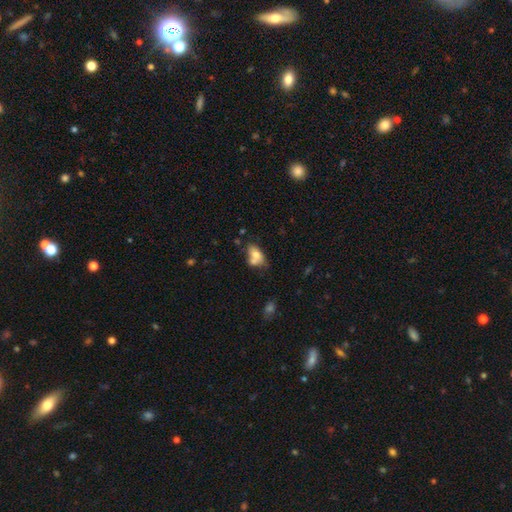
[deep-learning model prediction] This is likely a smooth galaxy (70%). How rounded: clearly in between (83%). Merging: marginally merger (40%).